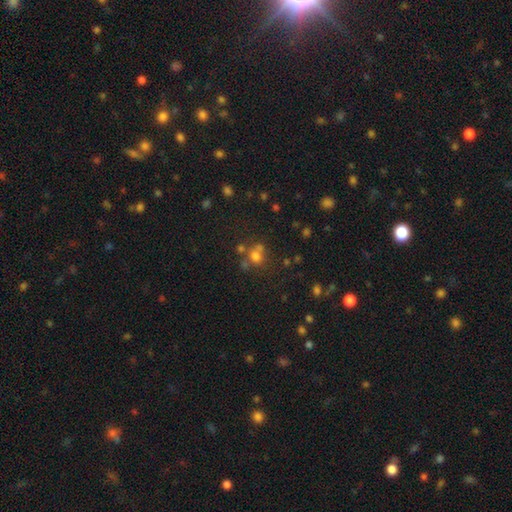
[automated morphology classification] Overall: smooth (66%). How rounded: round (77%). Merging: none (52%; merger 28%).